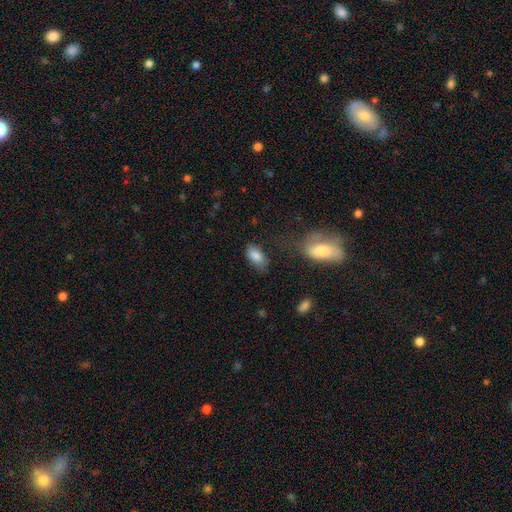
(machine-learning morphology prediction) smooth 84%, featured or disk 9%, star or artifact 8%. Down the decision tree: how rounded — in between (93%); merging — none (68%).